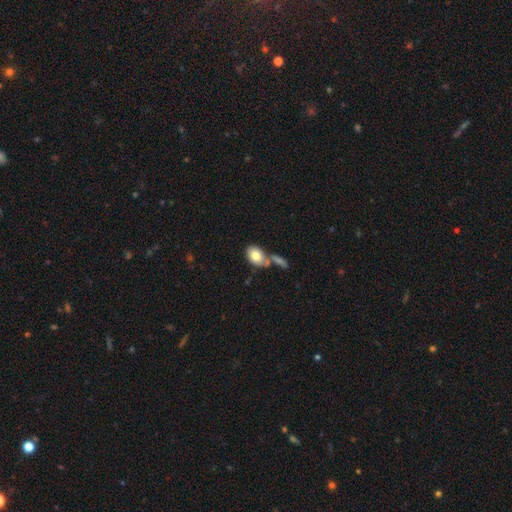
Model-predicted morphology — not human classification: type=smooth (76%); roundness=in between (82%); merging=none (44%).